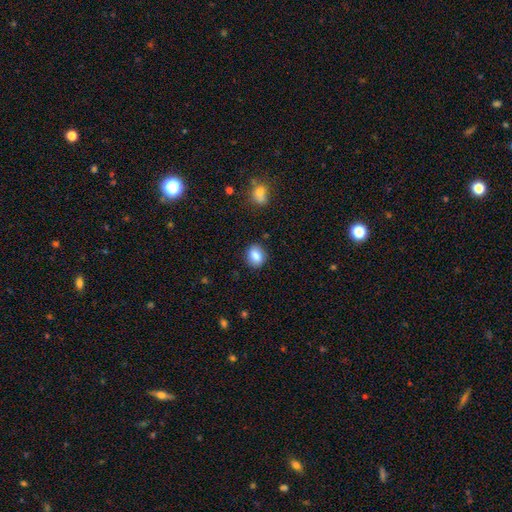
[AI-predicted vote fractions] Overall: smooth (85%). How rounded: round (53%; in between 46%). Merging: none (84%).